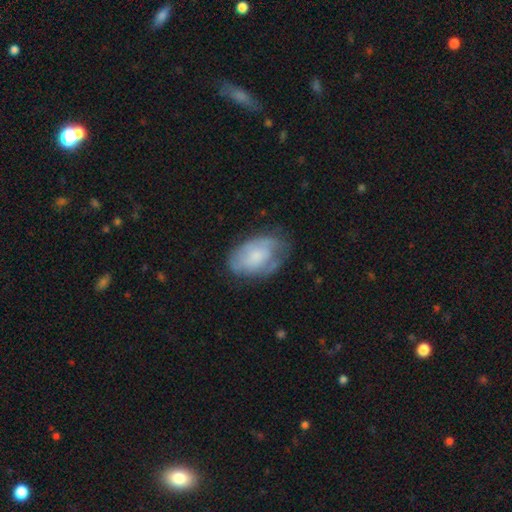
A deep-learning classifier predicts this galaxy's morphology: A smooth galaxy with no disk features (49%). Merging: none (54%).